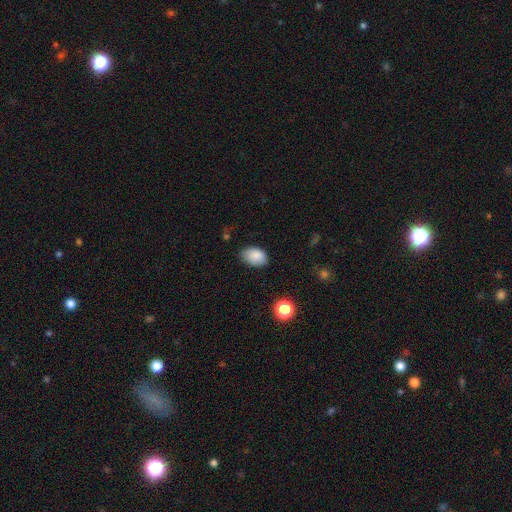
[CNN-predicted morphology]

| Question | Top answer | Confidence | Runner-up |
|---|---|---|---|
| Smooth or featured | smooth | 86% | star or artifact (8%) |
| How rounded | in between | 87% | round (12%) |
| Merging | none | 72% | minor disturbance (22%) |